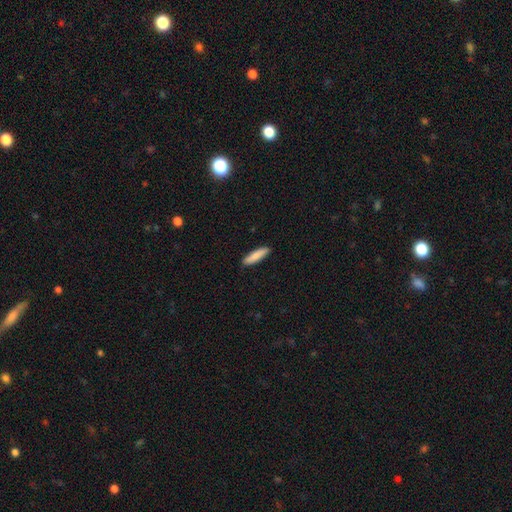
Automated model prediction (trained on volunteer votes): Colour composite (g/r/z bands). It shows a smooth galaxy with no disk features (85%) that is cigar-shaped (74%). Merging: none (90%).